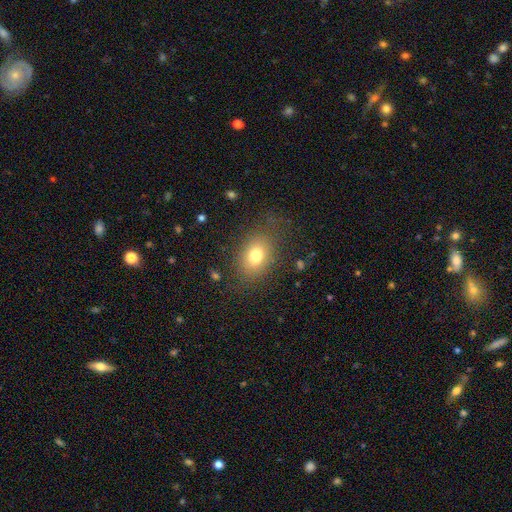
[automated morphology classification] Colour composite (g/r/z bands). It shows a smooth galaxy with no disk features (76%) that is in between round and cigar-shaped (72%). Merging: none (75%).